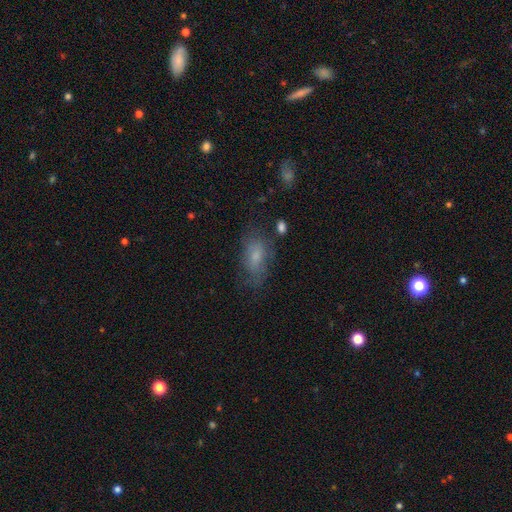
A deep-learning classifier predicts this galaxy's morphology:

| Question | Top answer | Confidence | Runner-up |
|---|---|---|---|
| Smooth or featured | smooth | 64% | featured or disk (25%) |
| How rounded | in between | 87% | round (7%) |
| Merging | none | 60% | minor disturbance (24%) |